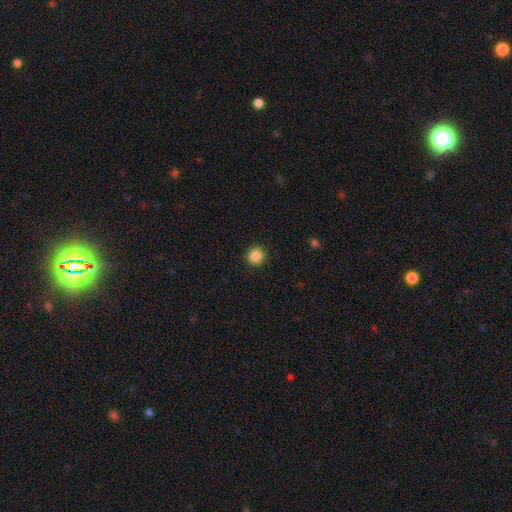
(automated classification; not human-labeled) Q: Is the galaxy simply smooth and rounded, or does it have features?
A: smooth — 86%.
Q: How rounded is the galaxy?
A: round — 95%.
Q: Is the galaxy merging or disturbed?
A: none — 92%.